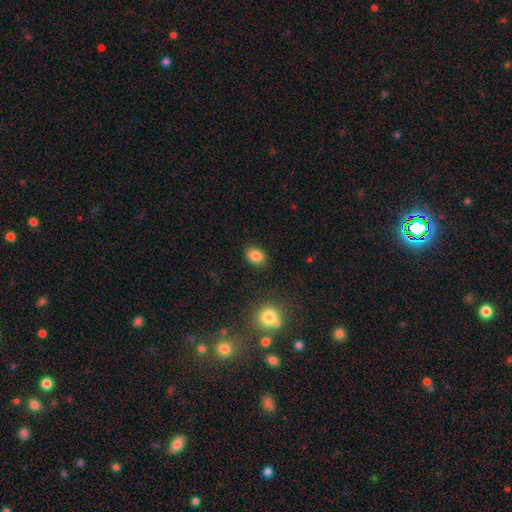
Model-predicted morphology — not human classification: The model was most divided on "how rounded": in between: 72%, round: 27%, cigar-shaped: 1%. More confident: merging — none (87%); smooth or featured — smooth (84%).